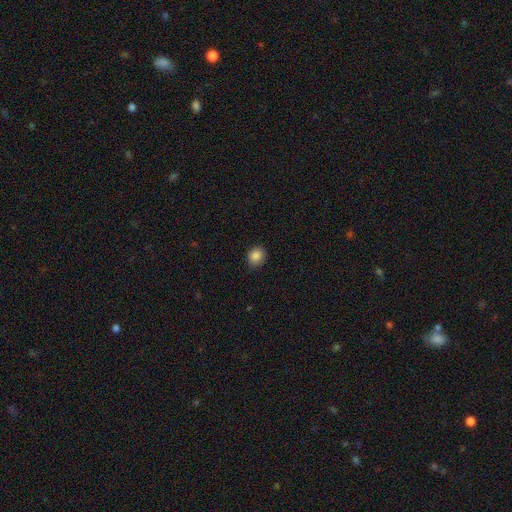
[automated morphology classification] smooth_or_featured: smooth (p=0.86) [alt: star or artifact p=0.10]
how_rounded: round (p=0.64) [alt: in between p=0.35]
merging: none (p=0.87) [alt: minor disturbance p=0.10]